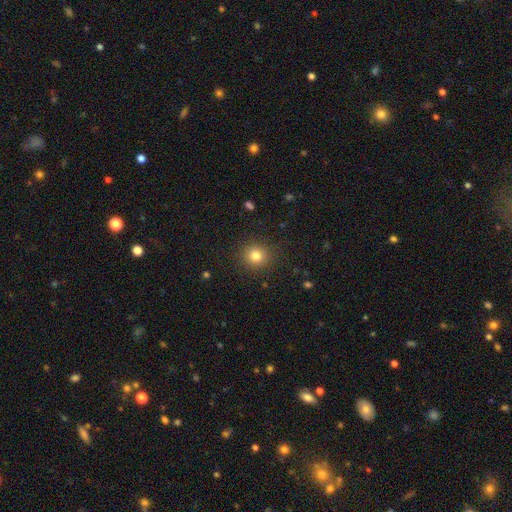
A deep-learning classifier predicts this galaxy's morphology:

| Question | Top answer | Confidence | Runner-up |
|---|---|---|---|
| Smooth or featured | smooth | 81% | star or artifact (13%) |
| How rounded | round | 90% | in between (9%) |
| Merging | none | 90% | minor disturbance (7%) |